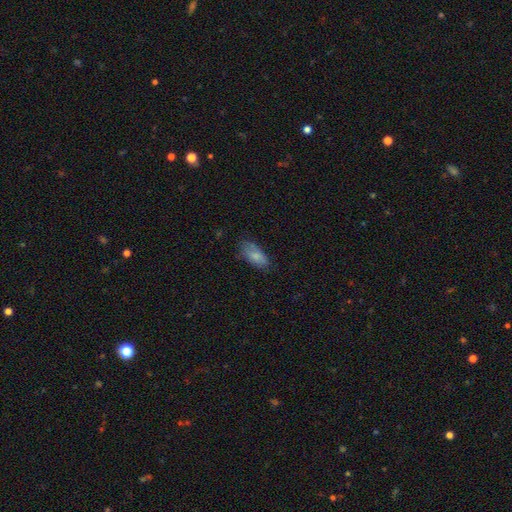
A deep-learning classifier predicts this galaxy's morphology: Smooth or featured? smooth (79%)
How rounded? in between (87%)
Merging? none (66%)